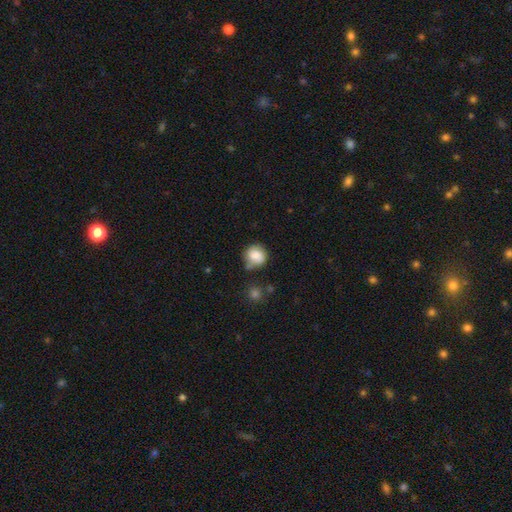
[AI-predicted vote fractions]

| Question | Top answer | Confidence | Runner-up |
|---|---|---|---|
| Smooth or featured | smooth | 80% | featured or disk (12%) |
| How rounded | round | 85% | in between (14%) |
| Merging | none | 62% | minor disturbance (23%) |